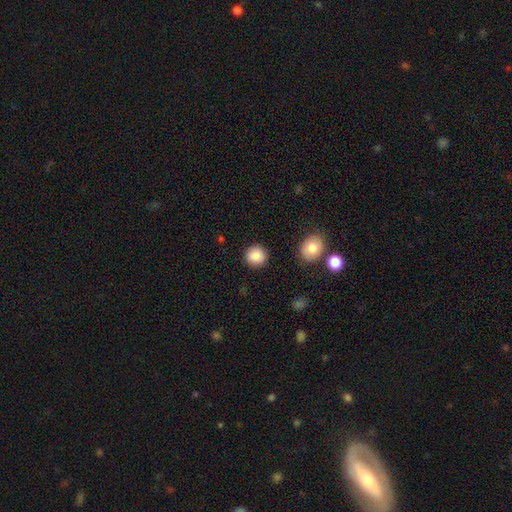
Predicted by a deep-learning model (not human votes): Q: Smooth or featured?
A: smooth (88%); runner-up: star or artifact (8%)
Q: How rounded?
A: round (92%); runner-up: in between (7%)
Q: Merging?
A: none (90%); runner-up: minor disturbance (6%)